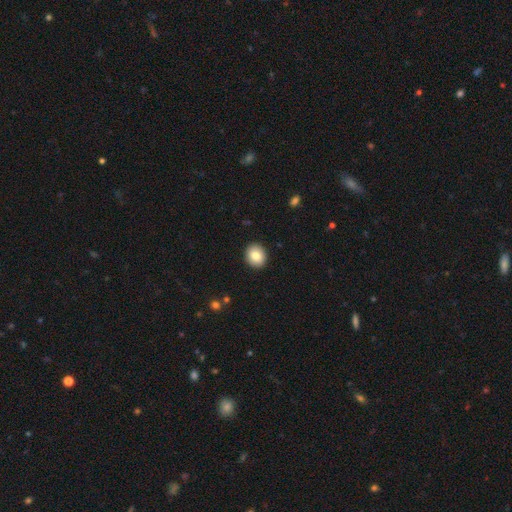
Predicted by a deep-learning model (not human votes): Overall: smooth (82%). How rounded: round (69%; in between 30%). Merging: none (92%).